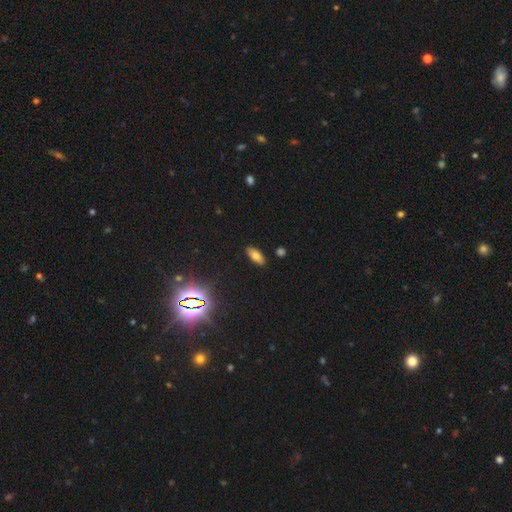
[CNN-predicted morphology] Smooth or featured? Predicted: smooth (p=0.70). How rounded? Predicted: in between (p=0.86). Merging? Predicted: none (p=0.89).